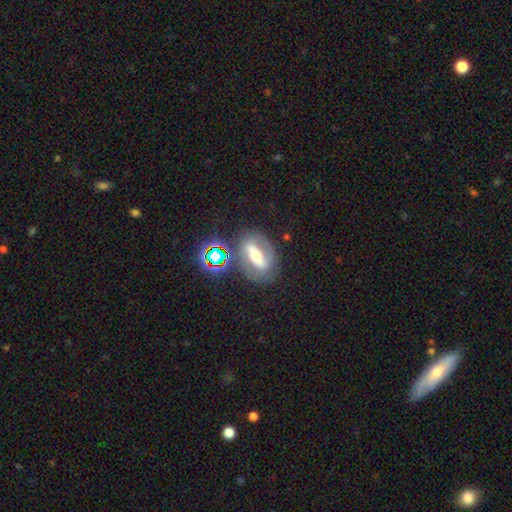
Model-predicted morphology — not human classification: Smooth or featured? featured or disk (72%)
Edge-on disk? no (88%)
Bar? strong (66%)
Spiral arms? yes (74%)
Bulge size? moderate (65%)
Merging? none (75%)